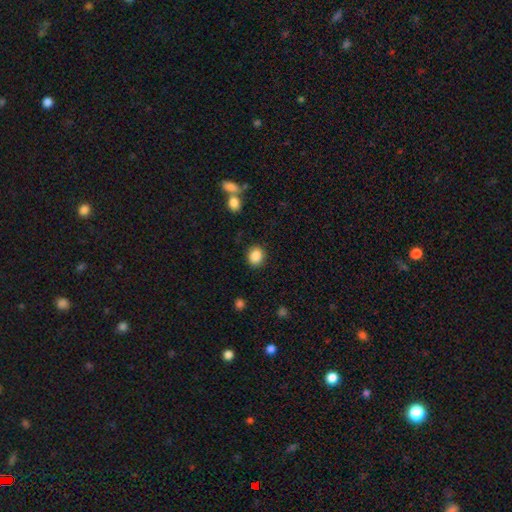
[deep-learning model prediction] A smooth galaxy with no disk features (87%) that is round (64%). Merging: none (87%).